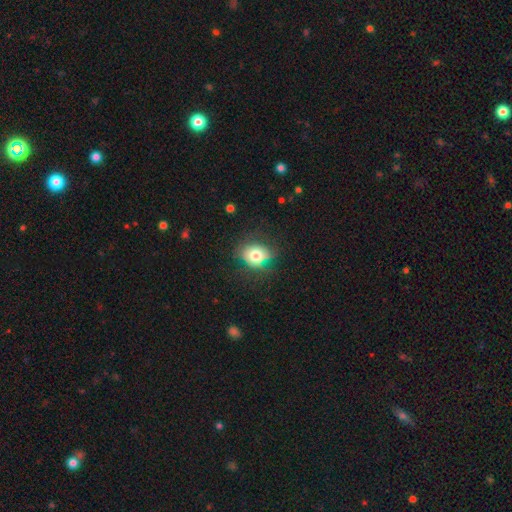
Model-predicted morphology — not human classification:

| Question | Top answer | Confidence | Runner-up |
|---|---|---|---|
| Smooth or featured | smooth | 71% | featured or disk (18%) |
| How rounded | round | 53% | in between (46%) |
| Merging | none | 64% | minor disturbance (23%) |